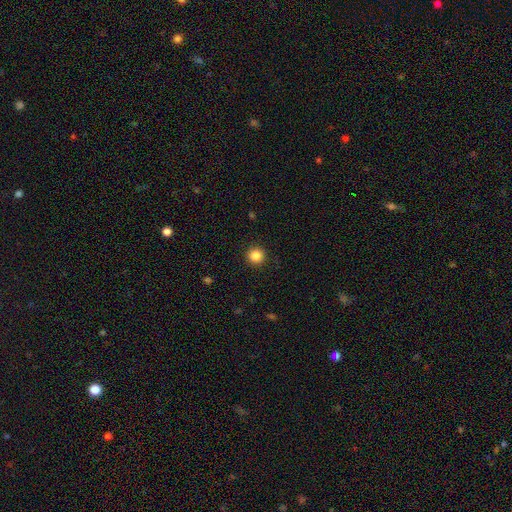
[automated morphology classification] This appears to be a smooth galaxy with no disk features (86%) that is round (95%). Merging: none (92%).